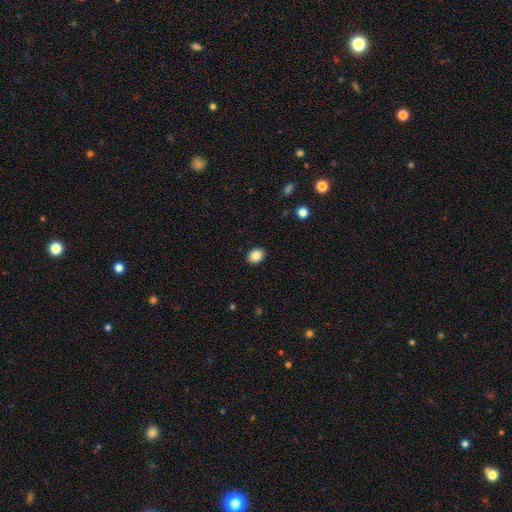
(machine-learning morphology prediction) A smooth galaxy with no disk features (85%) that is in between round and cigar-shaped (50%, tied with round). Merging: none (91%).